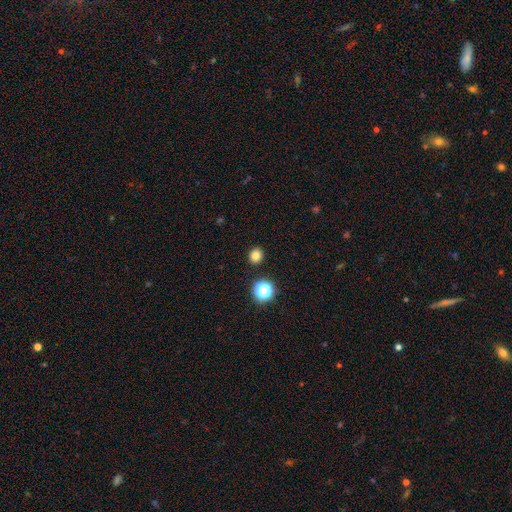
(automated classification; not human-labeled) A smooth galaxy with no disk features (80%) that is round (82%).

Vote fractions:
- Smooth or featured? smooth: 80% / star or artifact: 15% / featured or disk: 5%
- How rounded? round: 82% / in between: 17% / cigar-shaped: 1%
- Merging? none: 91% / minor disturbance: 5% / major disturbance: 2% / merger: 2%